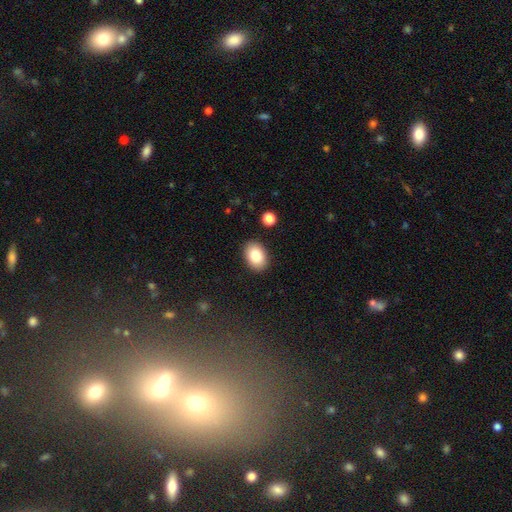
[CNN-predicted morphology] The model was most divided on "how rounded": in between: 81%, round: 18%, cigar-shaped: 1%. More confident: merging — none (89%); smooth or featured — smooth (83%).